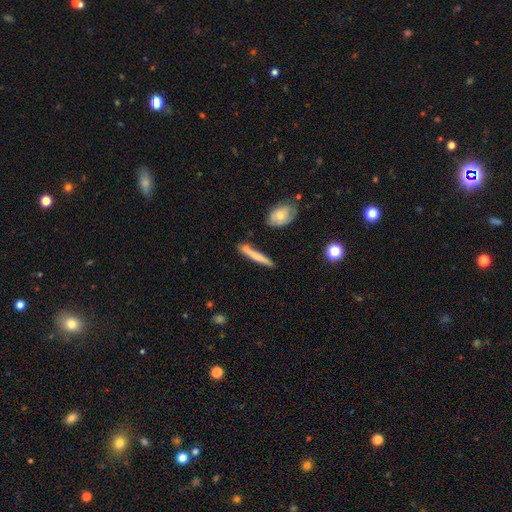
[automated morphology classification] smooth_or_featured: smooth (p=0.62) [alt: featured or disk p=0.32]
how_rounded: cigar-shaped (p=0.92) [alt: in between p=0.06]
merging: none (p=0.71) [alt: minor disturbance p=0.15]